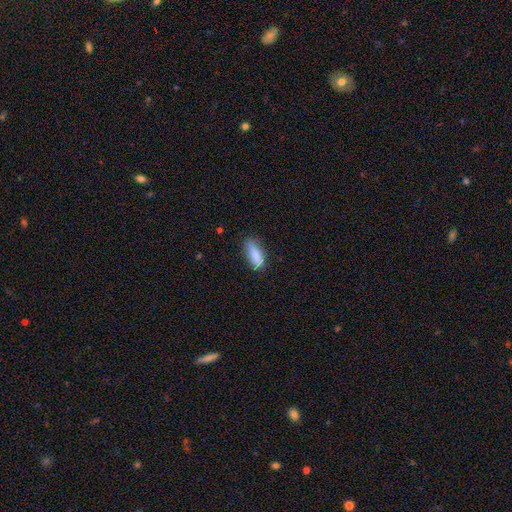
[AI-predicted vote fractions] Smooth or featured: smooth — 85% (featured or disk — 8%)
How rounded: in between — 58% (cigar-shaped — 40%)
Merging: none — 74% (minor disturbance — 20%)